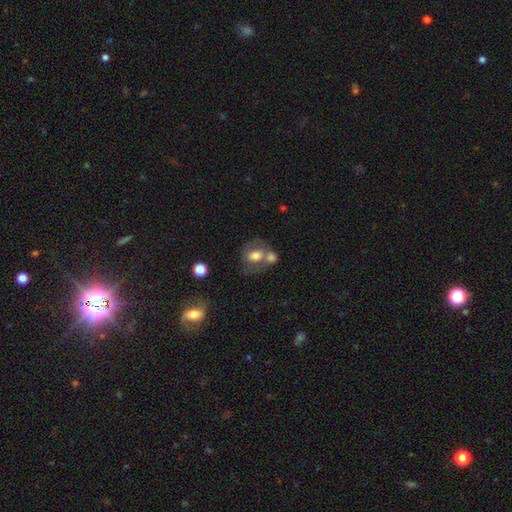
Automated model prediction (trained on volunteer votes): smooth_or_featured: smooth (p=0.59) [alt: featured or disk p=0.32]
how_rounded: in between (p=0.57) [alt: round p=0.42]
merging: merger (p=0.45) [alt: none p=0.34]